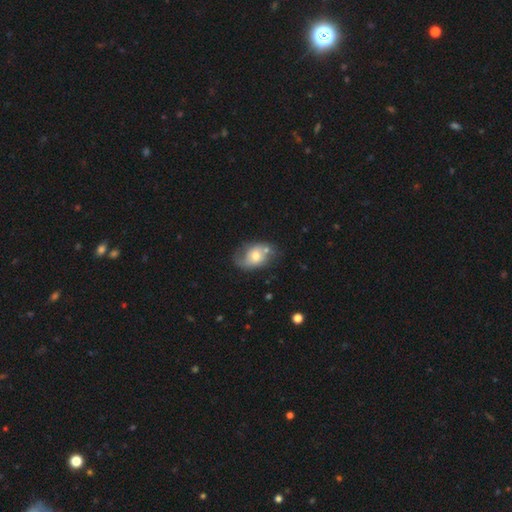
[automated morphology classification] Q: Smooth or featured?
A: featured or disk (51%); runner-up: smooth (42%)
Q: Edge-on disk?
A: no (95%); runner-up: yes (5%)
Q: Merging?
A: none (52%); runner-up: minor disturbance (26%)